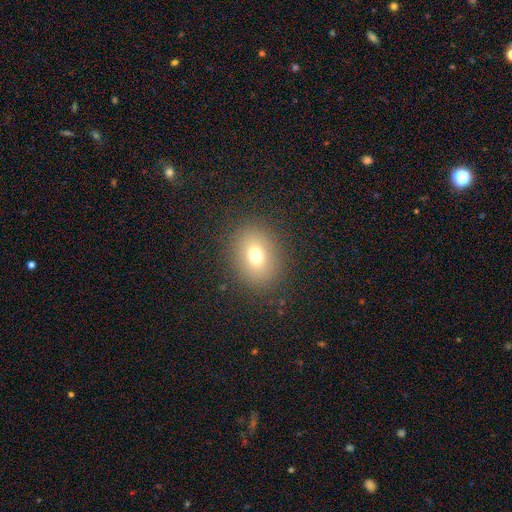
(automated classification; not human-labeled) Smooth or featured? Predicted: smooth (p=0.73). How rounded? Predicted: in between (p=0.50). Merging? Predicted: none (p=0.87).